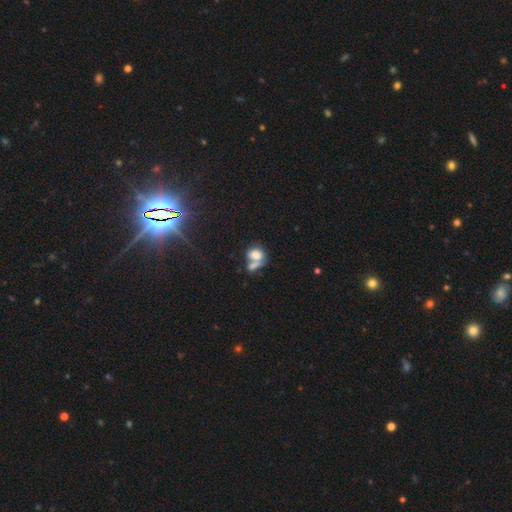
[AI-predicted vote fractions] Morphology: type=smooth (73%); roundness=in between (61%); merging=merger (54%).